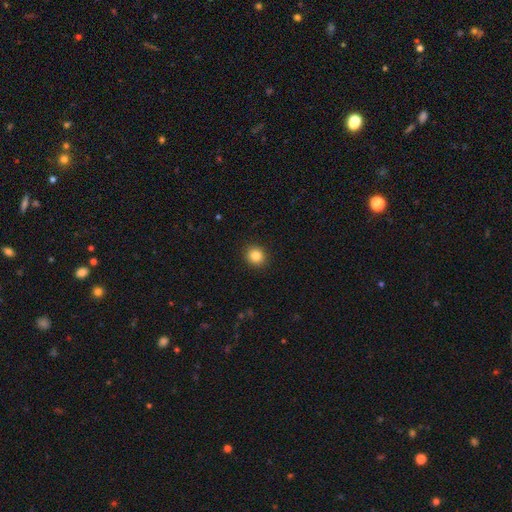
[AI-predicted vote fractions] smooth 85%, star or artifact 10%, featured or disk 5%. Down the decision tree: how rounded — round (84%); merging — none (91%).